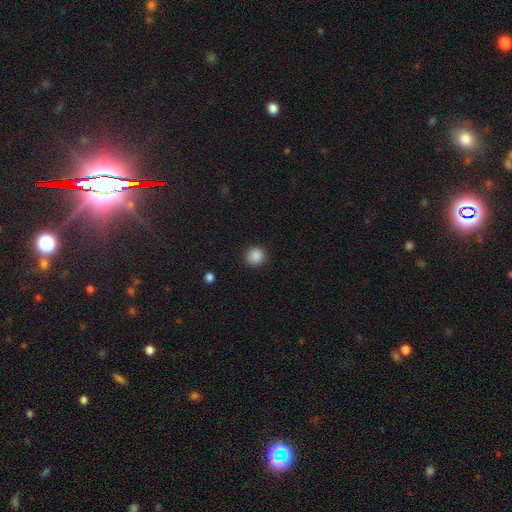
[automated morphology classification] The model was most divided on "smooth or featured": smooth: 88%, star or artifact: 9%, featured or disk: 3%. More confident: how rounded — round (92%); merging — none (91%).